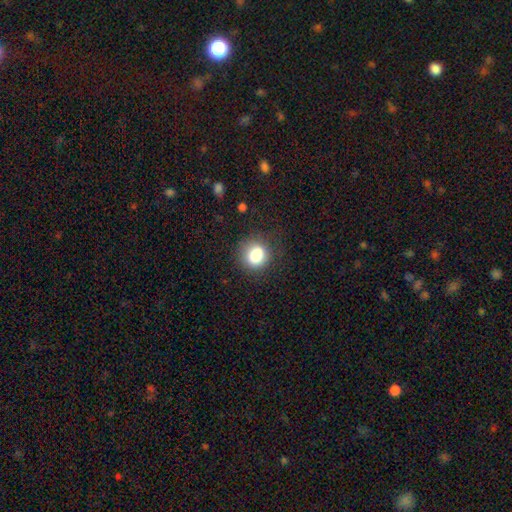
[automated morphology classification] Overall: smooth (82%). How rounded: round (83%). Merging: none (80%).